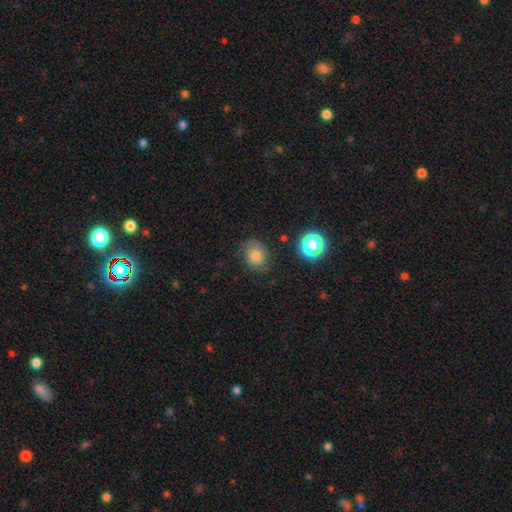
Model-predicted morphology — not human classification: The model was most divided on "smooth or featured": smooth: 49%, featured or disk: 36%, star or artifact: 15%. More confident: merging — none (70%).